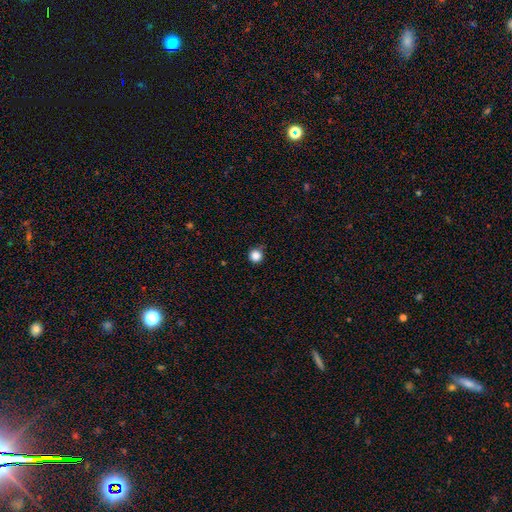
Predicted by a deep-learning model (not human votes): This appears to be a smooth galaxy with no disk features (86%) that is round (95%). Merging: none (87%).